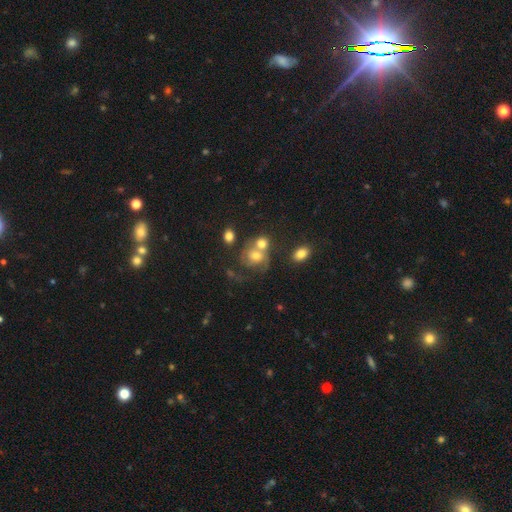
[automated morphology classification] Smooth or featured?
  - smooth: 46% *
  - featured or disk: 43%
  - star or artifact: 11%
Merging?
  - merger: 44% *
  - none: 29%
  - major disturbance: 14%
  - minor disturbance: 13%